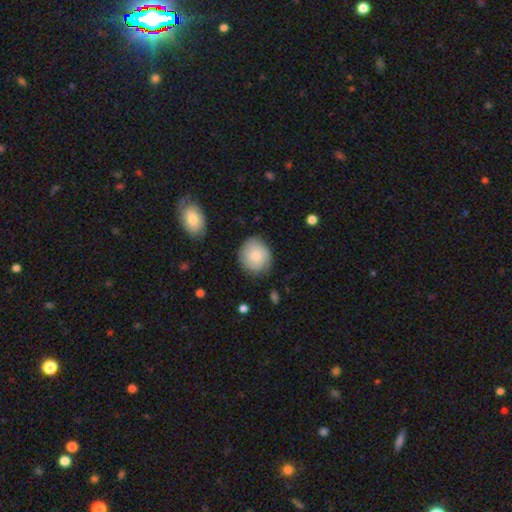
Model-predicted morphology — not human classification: This appears to be a smooth galaxy with no disk features (75%) that is round (75%). Merging: none (77%).